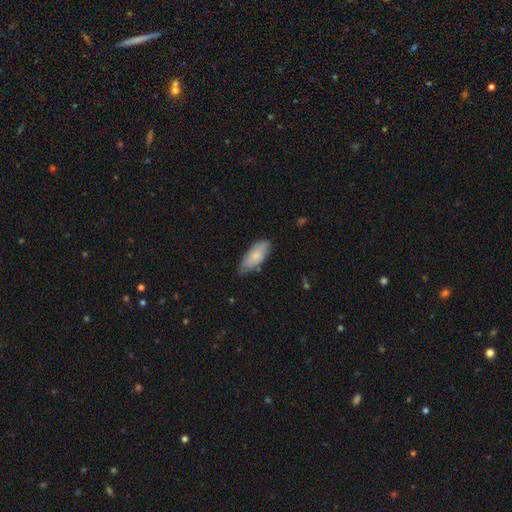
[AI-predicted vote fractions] A smooth galaxy with no disk features (79%) that is in between round and cigar-shaped (85%). Merging: none (69%).